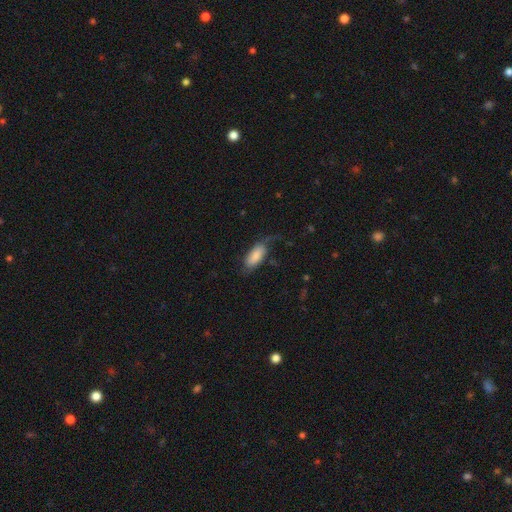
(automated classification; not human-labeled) Smooth or featured? smooth (72%)
How rounded? in between (86%)
Merging? none (51%)